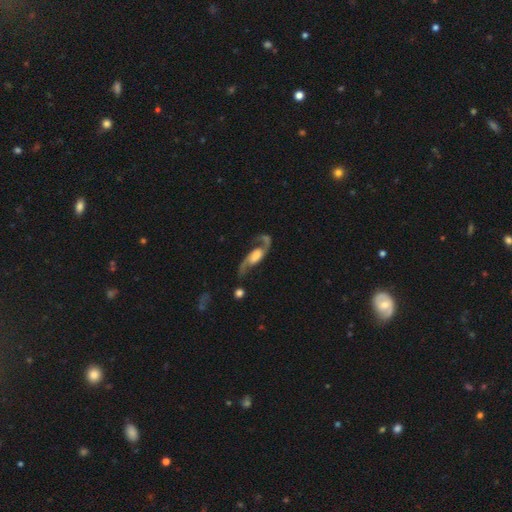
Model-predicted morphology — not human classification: featured or disk 86%, smooth 8%, star or artifact 6%. Down the decision tree: edge-on disk — no (93%); bar — no (44%); spiral arms — yes (96%); spiral arm count — 2 (91%); spiral winding — loose (69%); bulge size — large (37%); merging — none (61%).